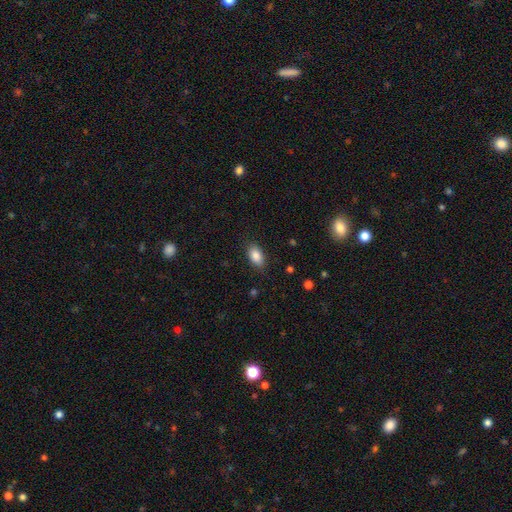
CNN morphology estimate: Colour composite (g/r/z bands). It shows a smooth galaxy with no disk features (87%) that is in between round and cigar-shaped (90%). Merging: none (86%).